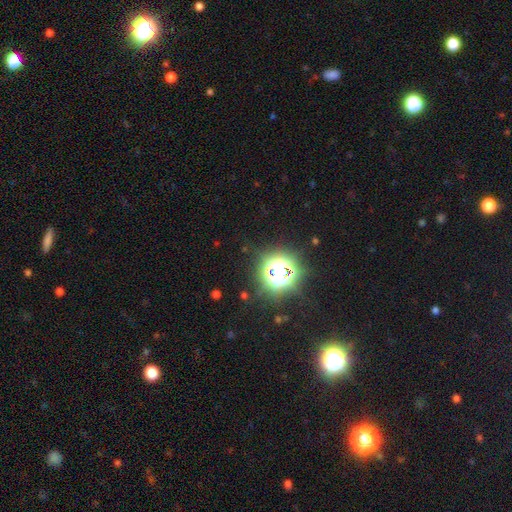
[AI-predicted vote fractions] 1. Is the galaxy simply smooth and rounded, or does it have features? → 79% star or artifact, 14% smooth, 6% featured or disk.